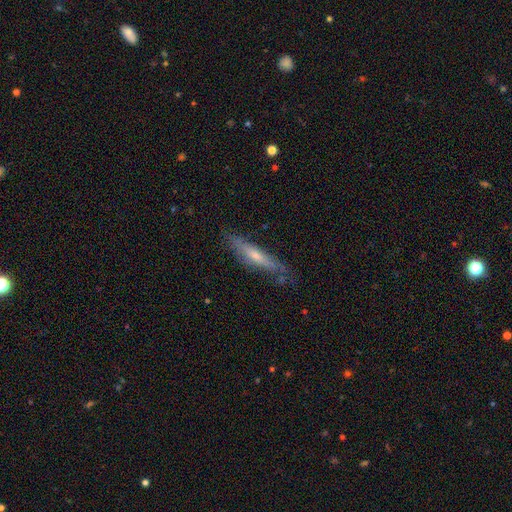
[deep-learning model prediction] This is possibly a featured or disk galaxy (54%). It is clearly viewed edge-on (82%). Merging: likely none (73%).